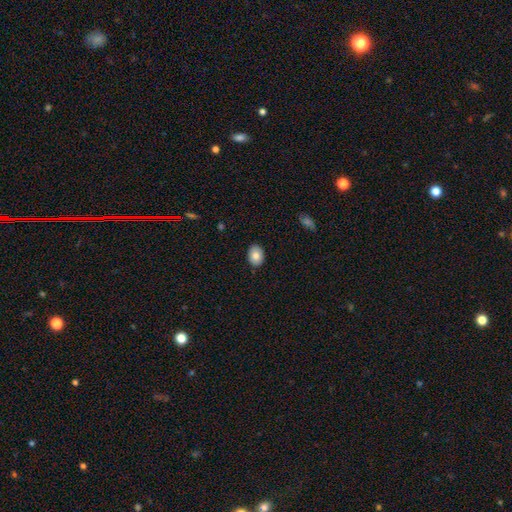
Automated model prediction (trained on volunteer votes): smooth 81%, featured or disk 11%, star or artifact 8%. Down the decision tree: how rounded — in between (70%); merging — none (89%).